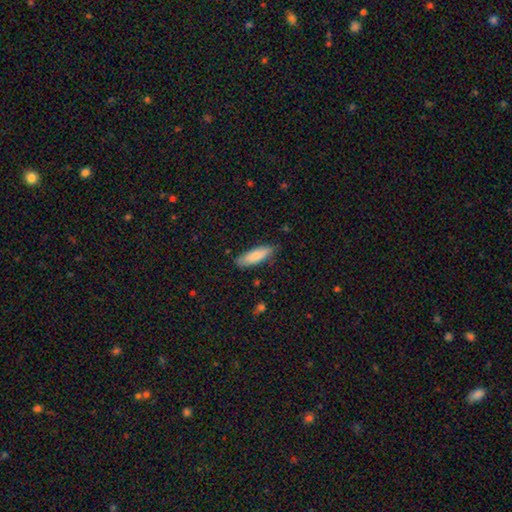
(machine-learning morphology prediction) Smooth or featured? Predicted: smooth (p=0.82). How rounded? Predicted: in between (p=0.55). Merging? Predicted: none (p=0.82).